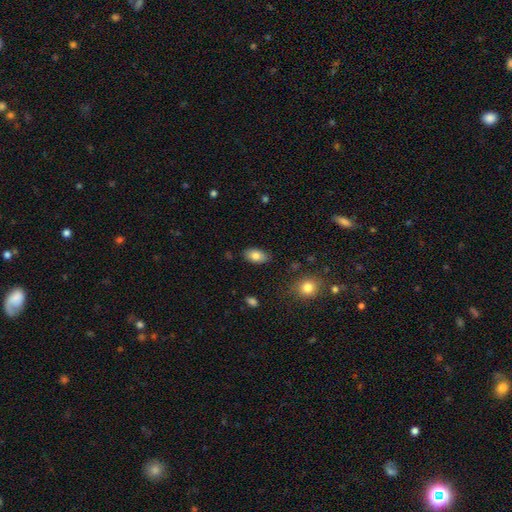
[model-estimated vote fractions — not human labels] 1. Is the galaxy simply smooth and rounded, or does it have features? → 81% smooth, 11% featured or disk, 8% star or artifact.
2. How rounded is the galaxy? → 92% in between, 6% round, 2% cigar-shaped.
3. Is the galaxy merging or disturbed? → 84% none, 12% minor disturbance, 3% major disturbance, 2% merger.